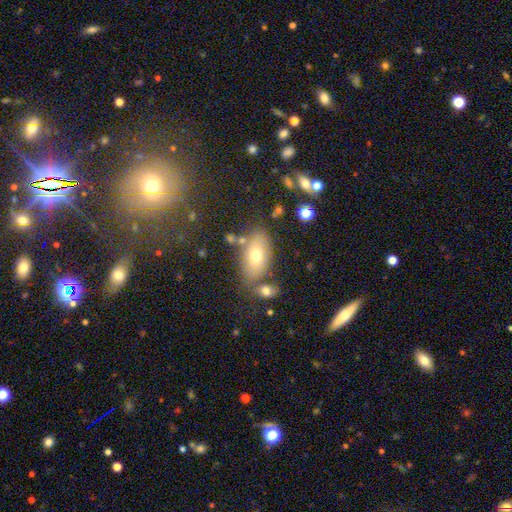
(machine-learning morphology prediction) smooth 71%, featured or disk 20%, star or artifact 9%. Down the decision tree: how rounded — in between (91%); merging — none (70%).